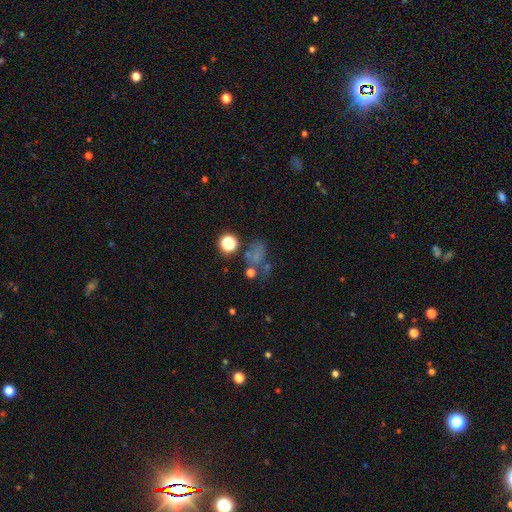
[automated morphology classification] Q: Smooth or featured?
A: smooth (48%); runner-up: star or artifact (34%)
Q: Merging?
A: none (46%); runner-up: major disturbance (19%)